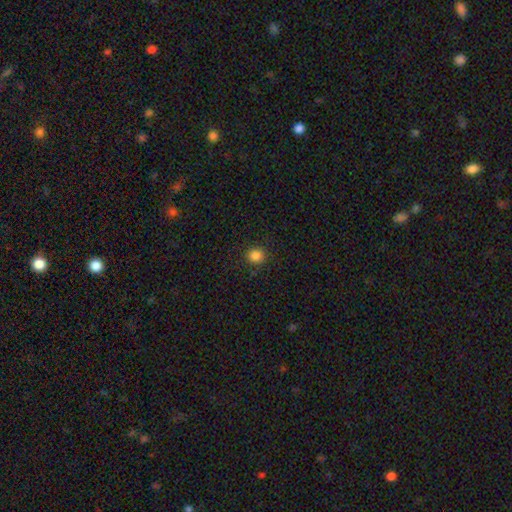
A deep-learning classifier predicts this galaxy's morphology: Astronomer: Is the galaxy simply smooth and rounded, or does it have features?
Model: smooth — 85%.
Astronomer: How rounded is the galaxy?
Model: round — 90%.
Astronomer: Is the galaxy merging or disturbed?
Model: none — 90%.